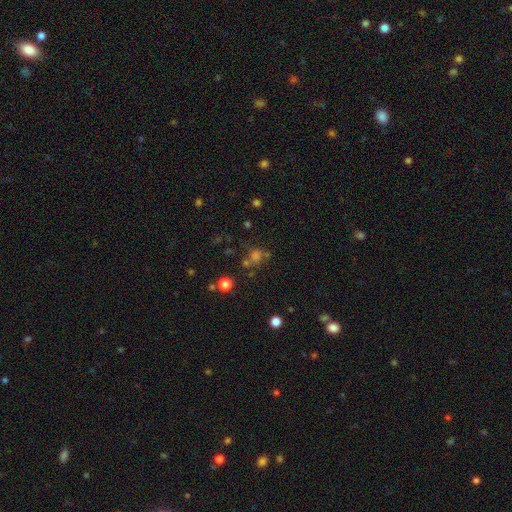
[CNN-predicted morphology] The model was most divided on "smooth or featured": smooth: 61%, star or artifact: 30%, featured or disk: 10%. More confident: how rounded — round (84%); merging — none (62%).